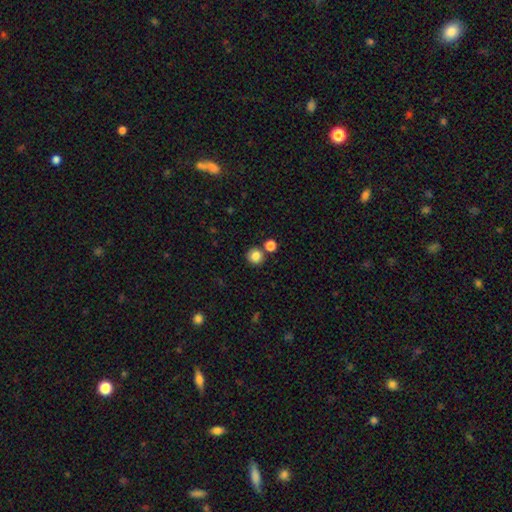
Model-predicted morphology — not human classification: Smooth or featured?
  - smooth: 84% *
  - star or artifact: 11%
  - featured or disk: 5%
How rounded?
  - round: 93% *
  - in between: 6%
  - cigar-shaped: 1%
Merging?
  - none: 78% *
  - merger: 12%
  - minor disturbance: 7%
  - major disturbance: 2%